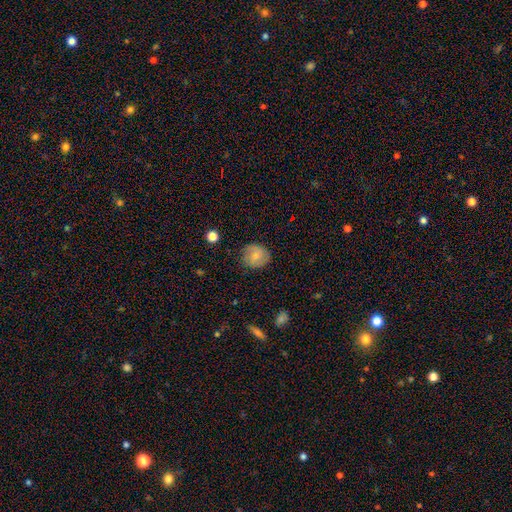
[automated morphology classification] Smooth or featured?
  - smooth: 73% *
  - featured or disk: 19%
  - star or artifact: 8%
How rounded?
  - round: 83% *
  - in between: 16%
  - cigar-shaped: 1%
Merging?
  - none: 81% *
  - minor disturbance: 14%
  - major disturbance: 3%
  - merger: 1%